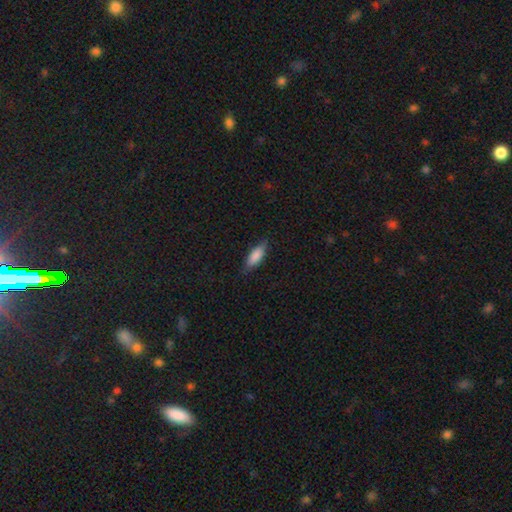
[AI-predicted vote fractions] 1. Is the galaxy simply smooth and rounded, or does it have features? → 83% smooth, 10% featured or disk, 6% star or artifact.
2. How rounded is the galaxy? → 63% in between, 36% cigar-shaped, 2% round.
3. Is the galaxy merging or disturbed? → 79% none, 17% minor disturbance, 3% major disturbance, 1% merger.